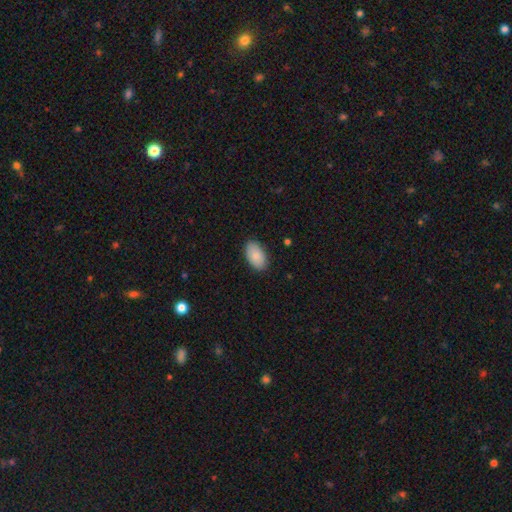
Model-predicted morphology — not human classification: smooth_or_featured: smooth (p=0.87) [alt: featured or disk p=0.08]
how_rounded: in between (p=0.95) [alt: round p=0.04]
merging: none (p=0.87) [alt: minor disturbance p=0.10]